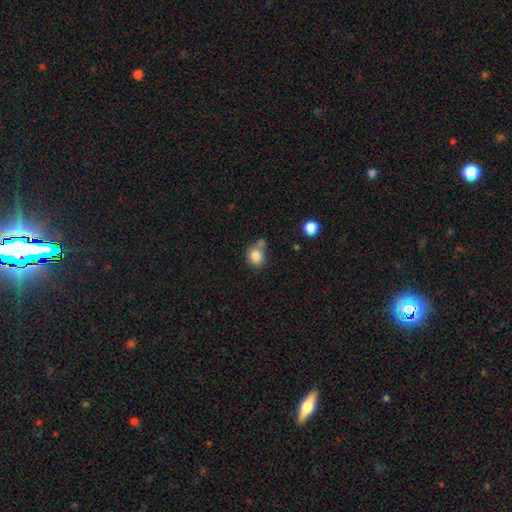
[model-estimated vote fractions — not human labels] smooth 84%, star or artifact 10%, featured or disk 7%. Down the decision tree: how rounded — round (76%); merging — none (53%).